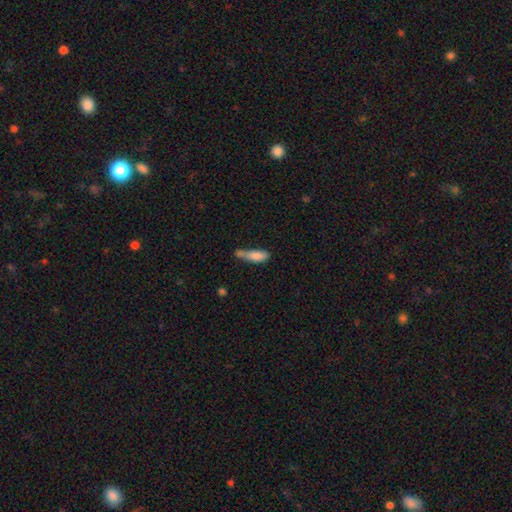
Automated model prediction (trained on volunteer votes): The model was most divided on "merging": merger: 35%, none: 30%, minor disturbance: 24%, major disturbance: 11%. More confident: smooth or featured — smooth (79%); how rounded — in between (56%).